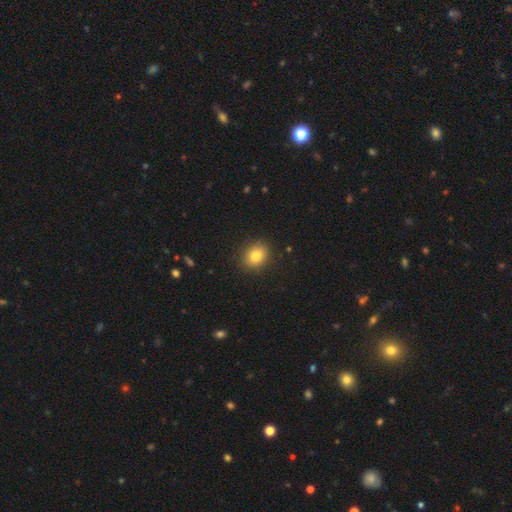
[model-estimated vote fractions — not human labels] Smooth or featured? smooth (84%)
How rounded? round (53%)
Merging? none (87%)